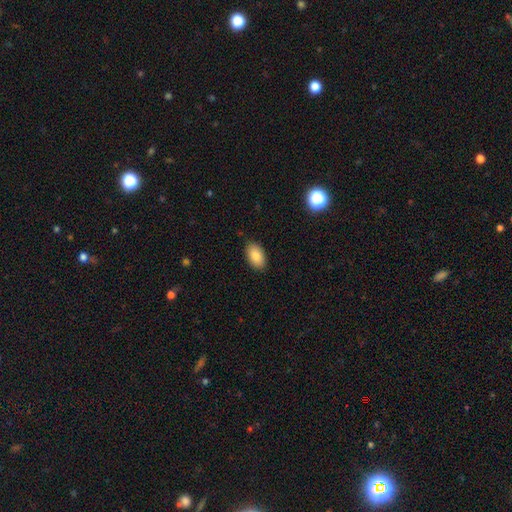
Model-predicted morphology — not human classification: A smooth galaxy with no disk features (86%) that is in between round and cigar-shaped (94%). Merging: none (88%).